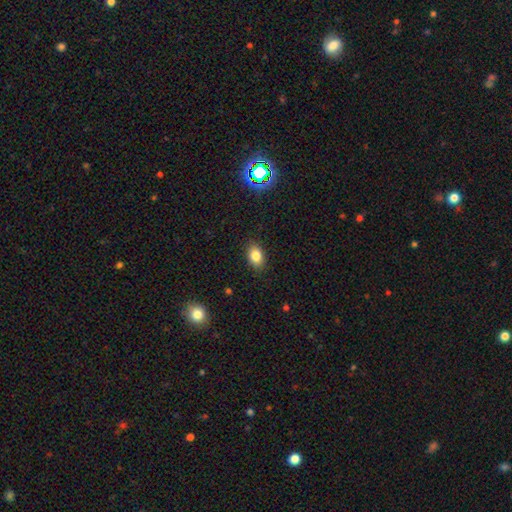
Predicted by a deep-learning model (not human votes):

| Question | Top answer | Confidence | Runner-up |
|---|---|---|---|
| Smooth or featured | smooth | 83% | star or artifact (10%) |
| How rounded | in between | 79% | round (19%) |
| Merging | none | 88% | minor disturbance (9%) |